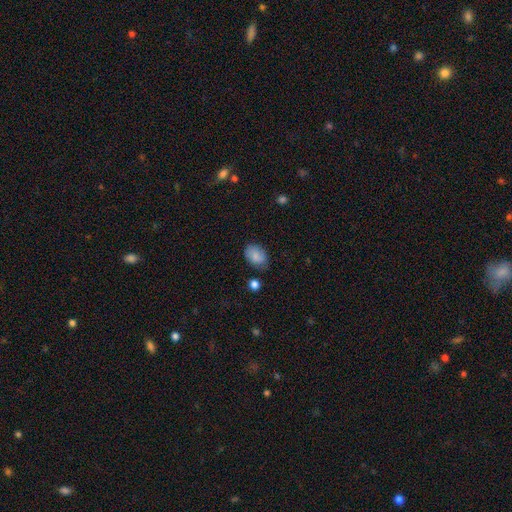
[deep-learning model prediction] smooth_or_featured: smooth (p=0.82) [alt: featured or disk p=0.10]
how_rounded: in between (p=0.79) [alt: round p=0.20]
merging: none (p=0.74) [alt: minor disturbance p=0.19]